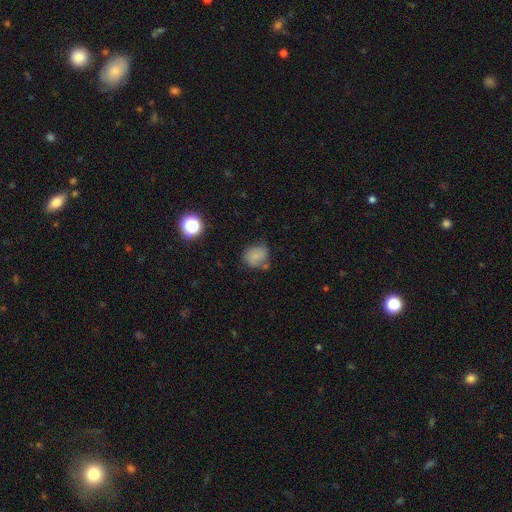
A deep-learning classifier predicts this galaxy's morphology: smooth_or_featured: smooth (p=0.70) [alt: featured or disk p=0.18]
how_rounded: round (p=0.64) [alt: in between p=0.35]
merging: none (p=0.56) [alt: minor disturbance p=0.25]